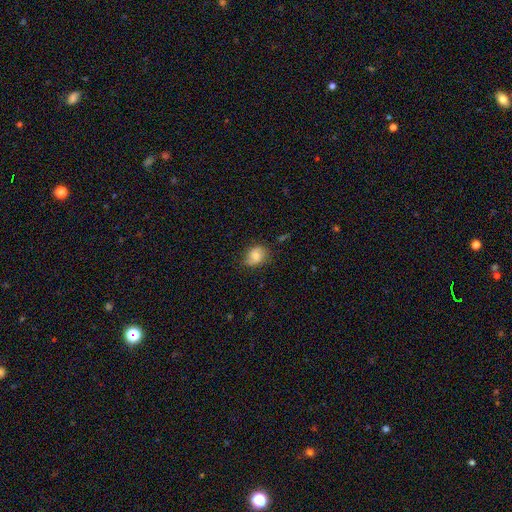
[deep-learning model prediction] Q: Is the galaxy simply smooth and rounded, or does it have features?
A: smooth — 74%.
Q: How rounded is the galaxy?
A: in between — 55%.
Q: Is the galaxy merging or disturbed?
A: none — 65%.